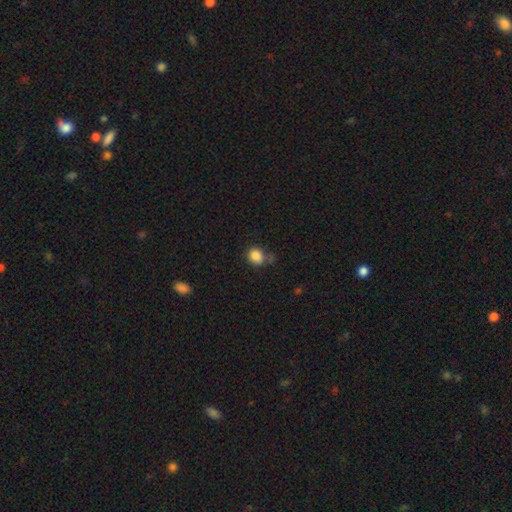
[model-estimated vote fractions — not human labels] Smooth or featured: smooth — 86% (star or artifact — 10%)
How rounded: round — 65% (in between — 34%)
Merging: none — 65% (minor disturbance — 19%)